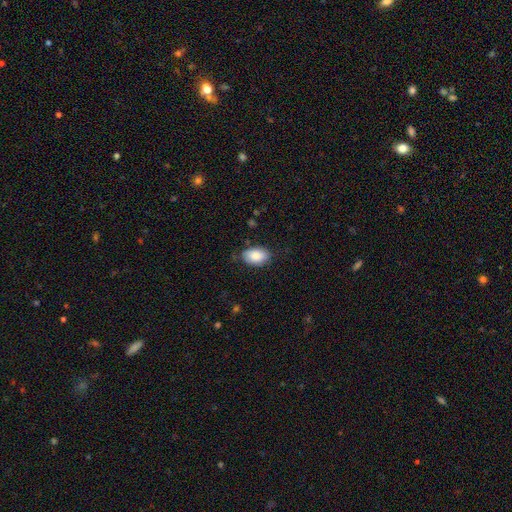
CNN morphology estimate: The model was most divided on "merging": none: 75%, minor disturbance: 20%, major disturbance: 4%, merger: 1%. More confident: how rounded — in between (92%); smooth or featured — smooth (86%).